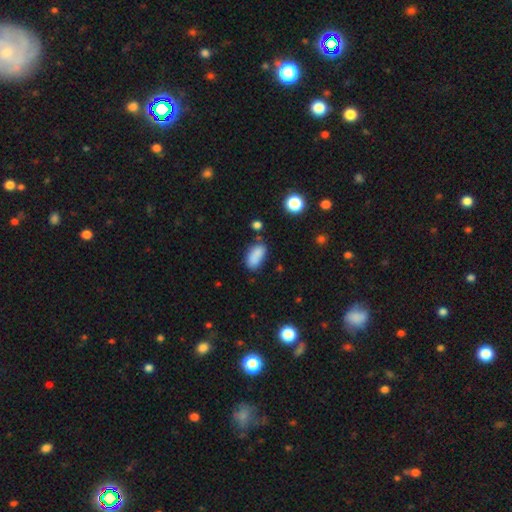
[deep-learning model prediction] This appears to be a smooth galaxy with no disk features (86%) that is in between round and cigar-shaped (90%). Merging: none (70%).